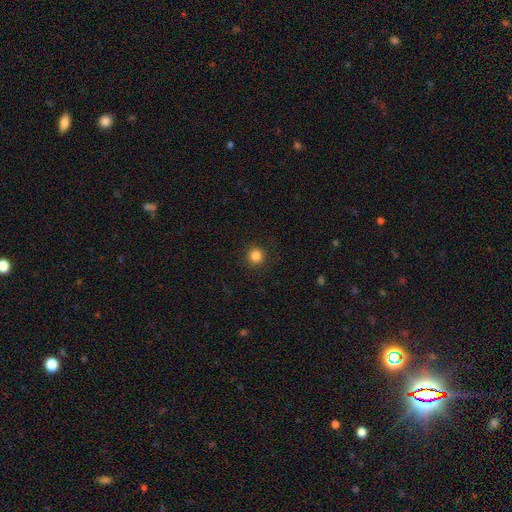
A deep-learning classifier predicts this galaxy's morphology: Smooth or featured? Predicted: smooth (p=0.85). How rounded? Predicted: round (p=0.95). Merging? Predicted: none (p=0.91).